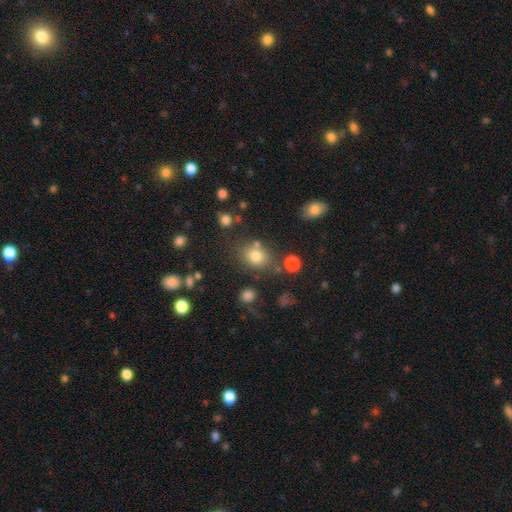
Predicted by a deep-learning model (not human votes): A smooth galaxy with no disk features (76%) that is round (50%).

Vote fractions:
- Smooth or featured? smooth: 76% / star or artifact: 15% / featured or disk: 9%
- How rounded? round: 50% / in between: 49% / cigar-shaped: 1%
- Merging? none: 71% / minor disturbance: 14% / merger: 10% / major disturbance: 5%